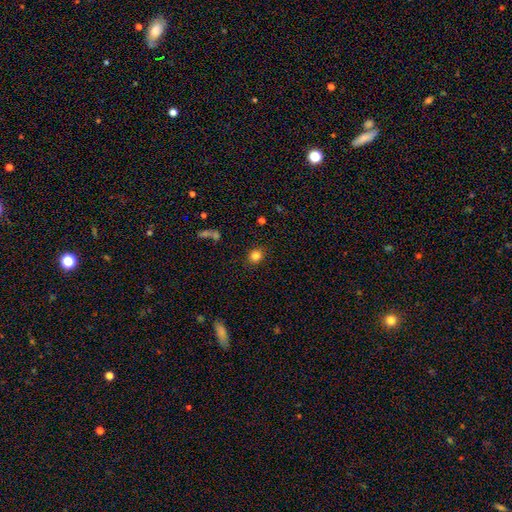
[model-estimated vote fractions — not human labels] smooth 83%, star or artifact 12%, featured or disk 6%. Down the decision tree: how rounded — round (76%); merging — none (87%).